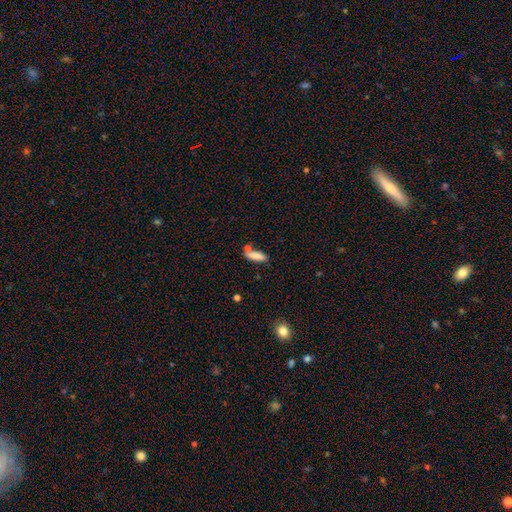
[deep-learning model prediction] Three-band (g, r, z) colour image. It shows a smooth galaxy with no disk features (82%) that is in between round and cigar-shaped (55%). Merging: none (58%).